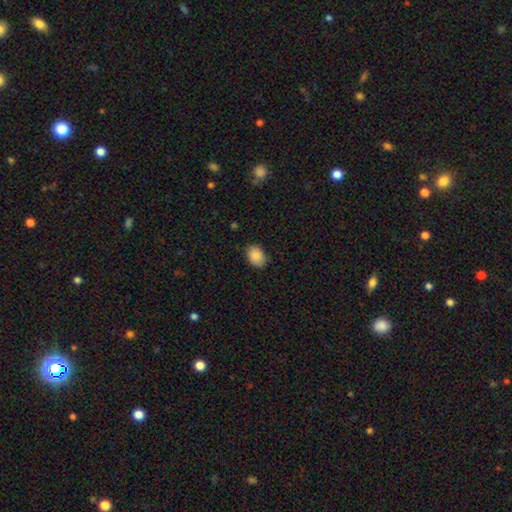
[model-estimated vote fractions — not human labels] Morphology: type=smooth (89%); roundness=in between (77%); merging=none (84%).